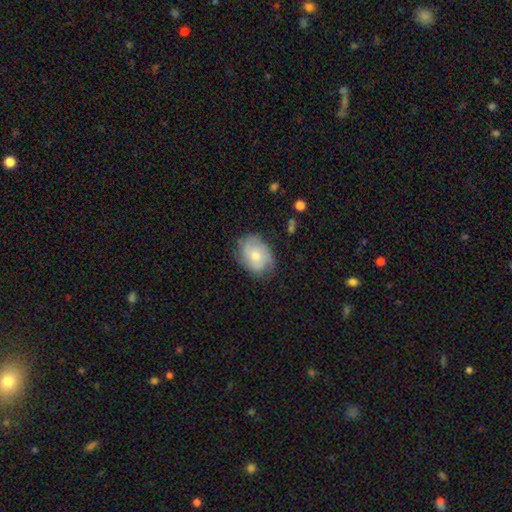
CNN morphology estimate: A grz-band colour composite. It shows a smooth galaxy with no disk features (50%). Merging: none (66%).